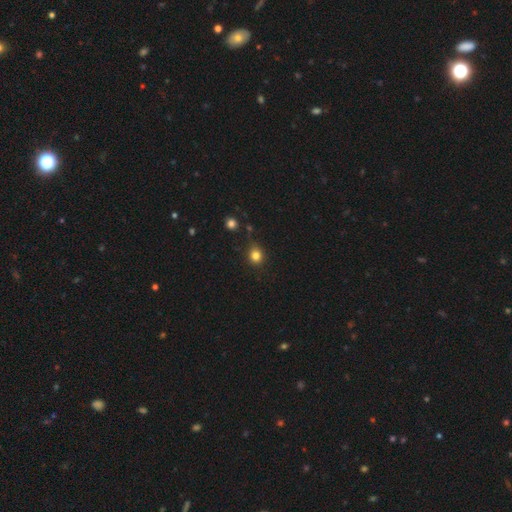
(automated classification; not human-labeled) A smooth galaxy with no disk features (81%) that is round (80%). Merging: none (81%).